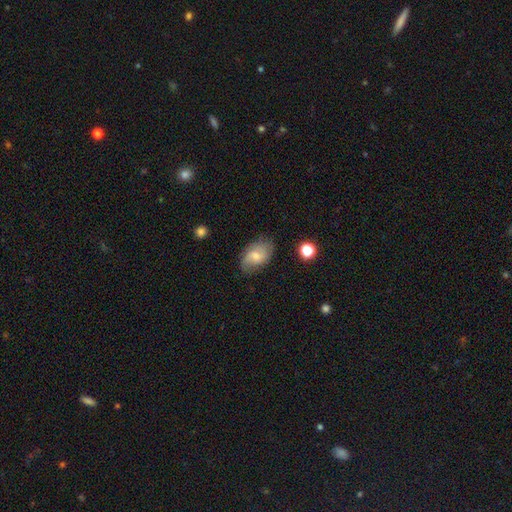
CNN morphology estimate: Q: Smooth or featured?
A: smooth (48%); runner-up: featured or disk (43%)
Q: Merging?
A: none (74%); runner-up: minor disturbance (20%)